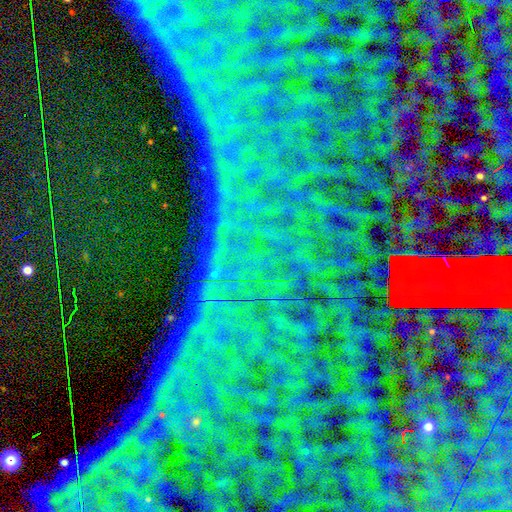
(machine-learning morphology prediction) The model was most divided on "smooth or featured": star or artifact: 85%, featured or disk: 8%, smooth: 7%.